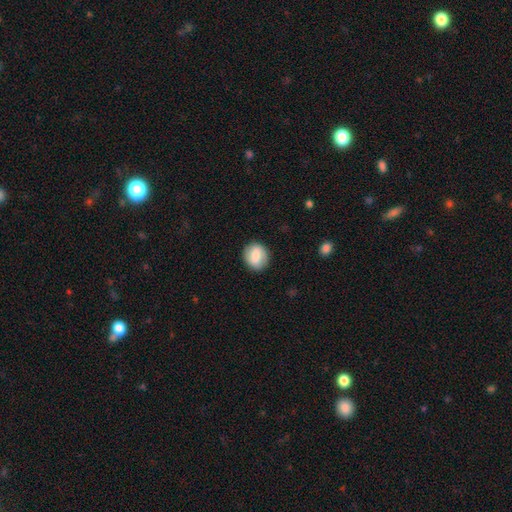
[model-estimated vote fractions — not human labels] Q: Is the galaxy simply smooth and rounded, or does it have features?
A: smooth — 76%.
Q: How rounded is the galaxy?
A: round — 70%.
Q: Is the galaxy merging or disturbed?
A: none — 86%.